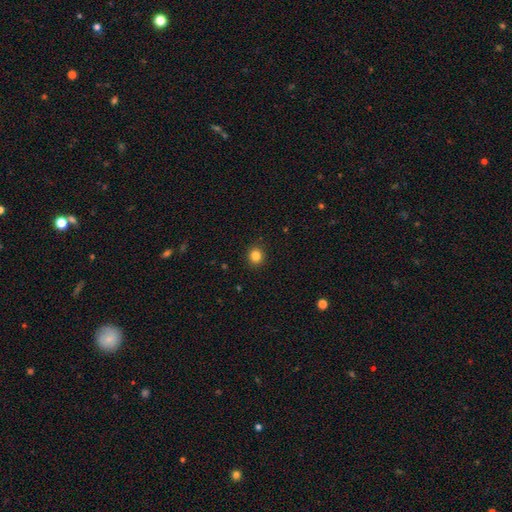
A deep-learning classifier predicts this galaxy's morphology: This is clearly a smooth galaxy (84%). How rounded: clearly round (85%). Merging: clearly none (92%).